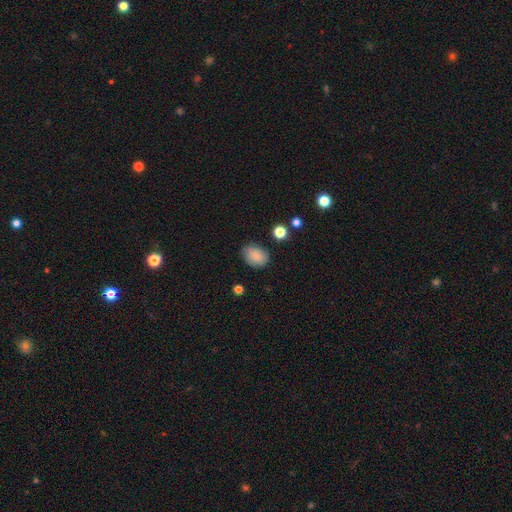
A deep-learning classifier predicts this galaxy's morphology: This appears to be a smooth galaxy with no disk features (85%) that is in between round and cigar-shaped (65%). Merging: none (74%).